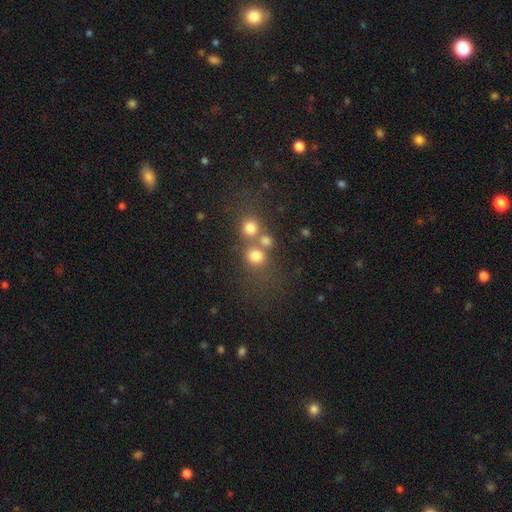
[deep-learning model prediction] The model was most divided on "merging": none: 47%, merger: 40%, minor disturbance: 8%, major disturbance: 5%. More confident: how rounded — round (82%); smooth or featured — smooth (74%).